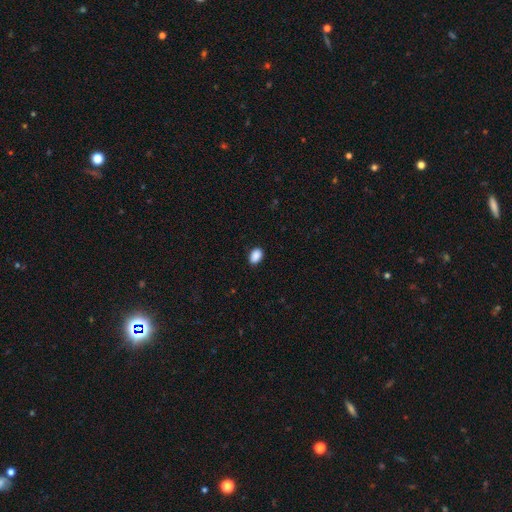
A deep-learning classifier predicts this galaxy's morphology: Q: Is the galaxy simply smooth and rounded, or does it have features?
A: smooth — 89%.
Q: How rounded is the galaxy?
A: in between — 82%.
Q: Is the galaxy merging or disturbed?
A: none — 86%.